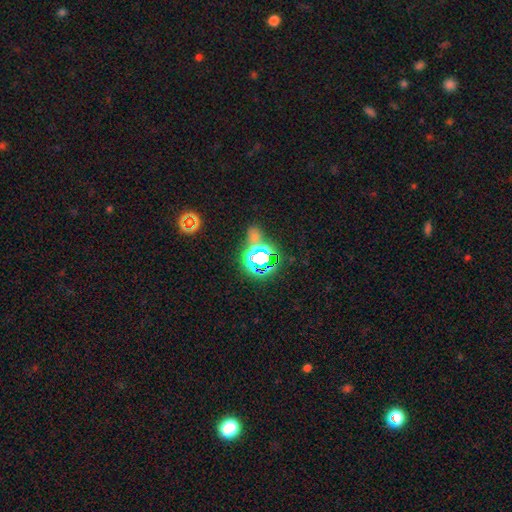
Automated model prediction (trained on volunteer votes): star or artifact 65%, smooth 25%, featured or disk 11%.